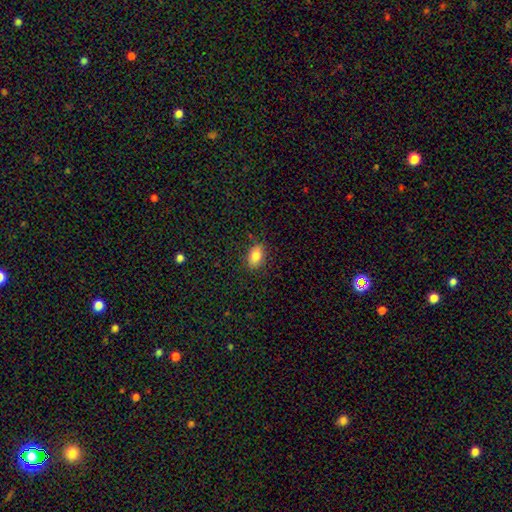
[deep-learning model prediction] Morphology: type=smooth (82%); roundness=in between (89%); merging=none (86%).